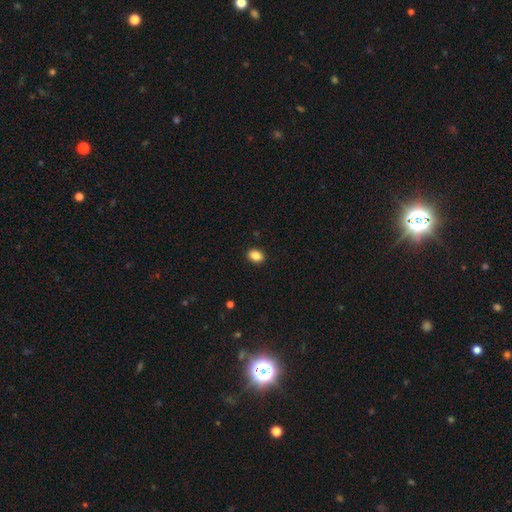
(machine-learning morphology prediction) This is clearly a smooth galaxy (87%). How rounded: likely in between (75%). Merging: clearly none (91%).